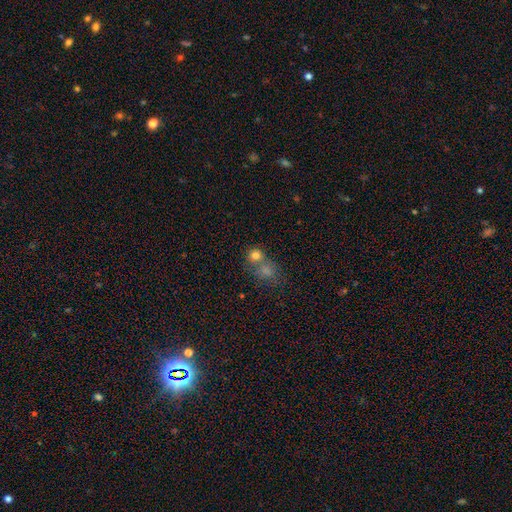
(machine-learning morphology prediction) This appears to be a smooth galaxy with no disk features (75%) that is round (80%). Merging: none (45%).